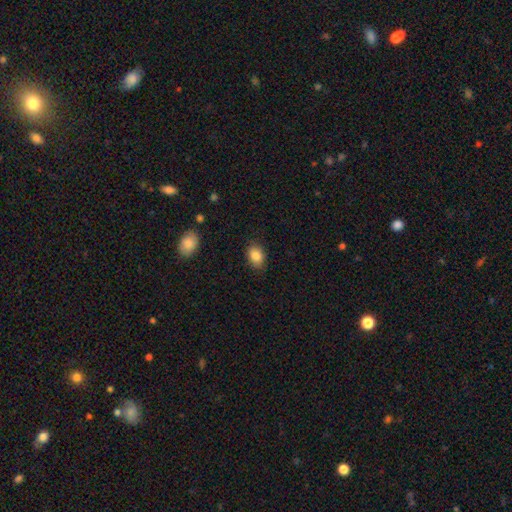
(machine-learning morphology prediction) type=smooth (84%); roundness=in between (76%); merging=none (86%).